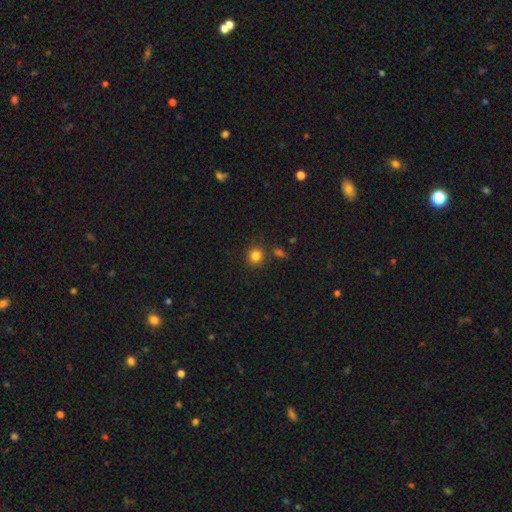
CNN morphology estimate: Overall: smooth (82%). How rounded: round (88%). Merging: none (82%).